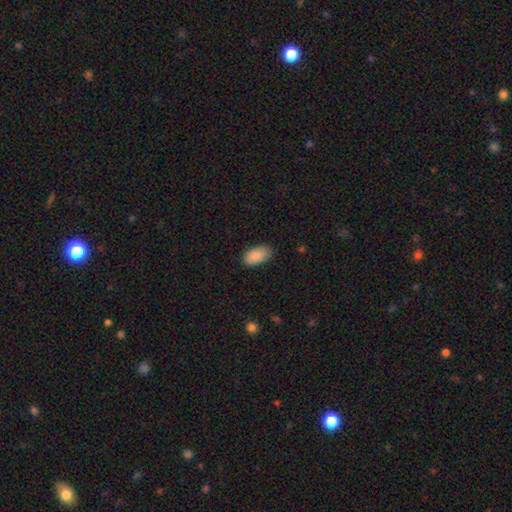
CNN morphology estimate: Smooth or featured? Predicted: smooth (p=0.88). How rounded? Predicted: in between (p=0.95). Merging? Predicted: none (p=0.85).